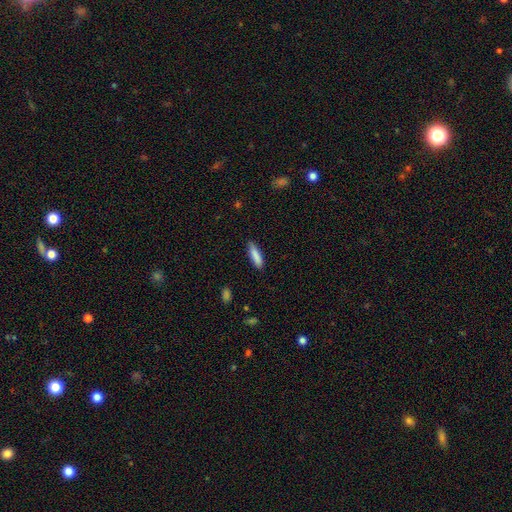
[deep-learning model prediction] Overall: smooth (85%). How rounded: cigar-shaped (73%). Merging: none (85%).